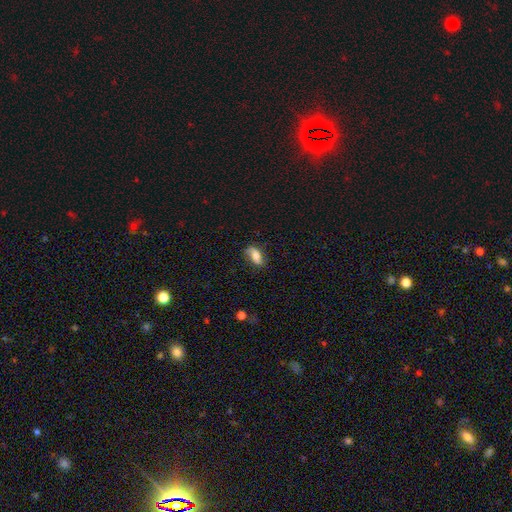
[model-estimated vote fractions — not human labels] smooth-or-featured: smooth: 55% | featured or disk: 36% | star or artifact: 8%
  how-rounded: in between: 83% | cigar-shaped: 11% | round: 6%
  merging: none: 70% | minor disturbance: 21% | major disturbance: 7% | merger: 2%